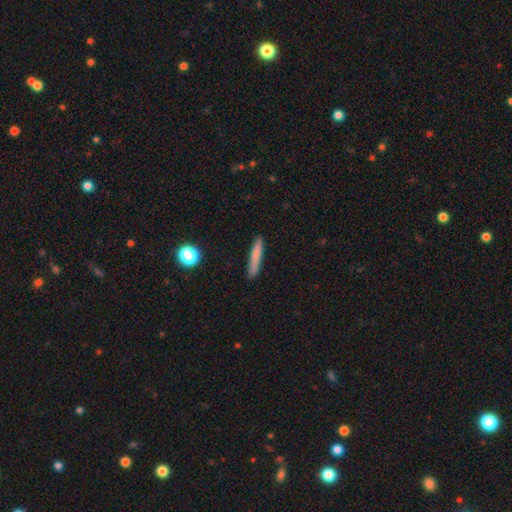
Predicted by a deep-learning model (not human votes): Overall: smooth (76%). How rounded: cigar-shaped (93%). Merging: none (88%).